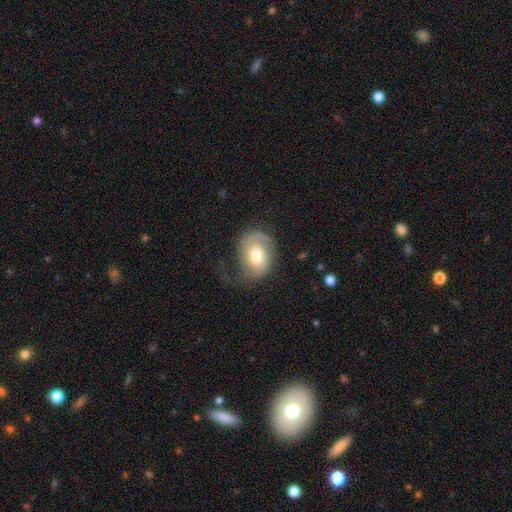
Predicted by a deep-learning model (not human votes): Q: Smooth or featured?
A: featured or disk (52%); runner-up: smooth (42%)
Q: Edge-on disk?
A: no (96%); runner-up: yes (4%)
Q: Merging?
A: none (49%); runner-up: major disturbance (25%)